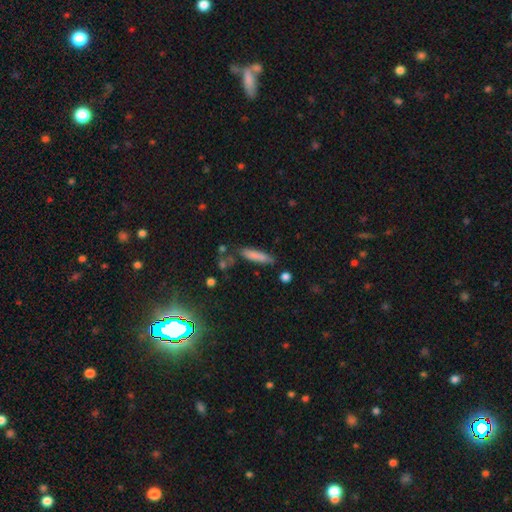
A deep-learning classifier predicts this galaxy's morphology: smooth 80%, featured or disk 13%, star or artifact 7%. Down the decision tree: how rounded — cigar-shaped (78%); merging — none (74%).